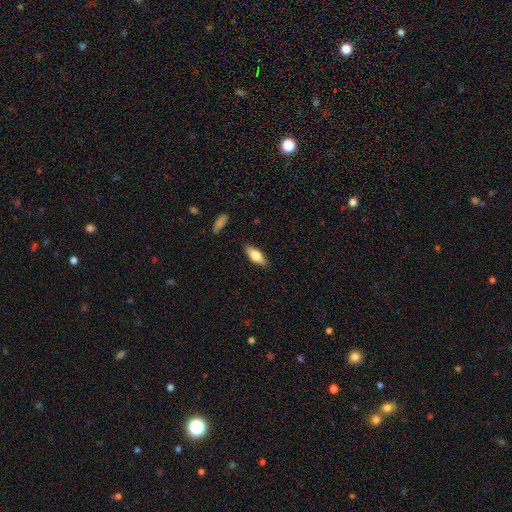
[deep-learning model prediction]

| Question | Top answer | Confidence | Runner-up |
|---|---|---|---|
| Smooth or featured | smooth | 74% | featured or disk (19%) |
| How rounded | in between | 80% | cigar-shaped (18%) |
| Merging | none | 86% | minor disturbance (11%) |